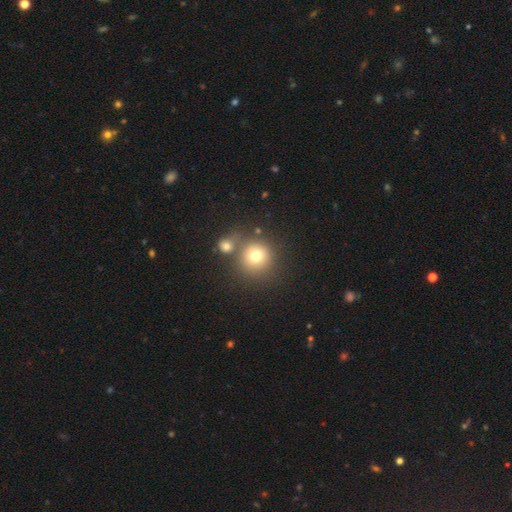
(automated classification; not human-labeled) This is likely a smooth galaxy (74%). How rounded: clearly round (92%). Merging: likely none (64%).